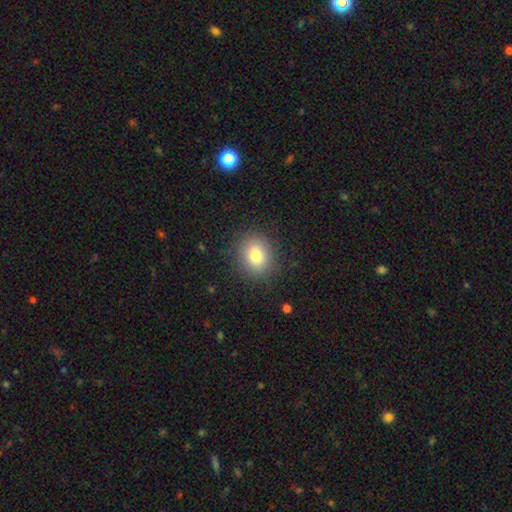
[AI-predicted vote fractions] Overall: smooth (80%). How rounded: round (62%; in between 37%). Merging: none (87%).